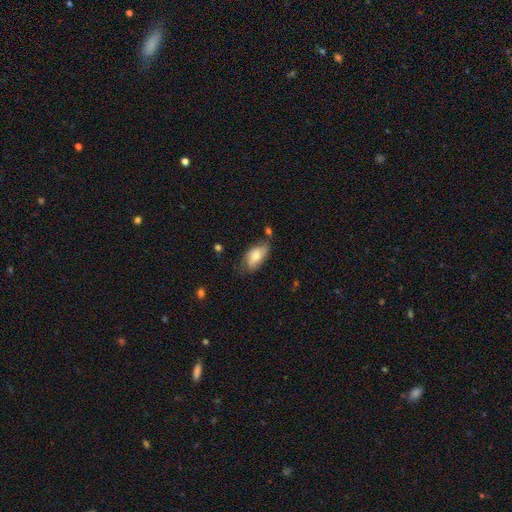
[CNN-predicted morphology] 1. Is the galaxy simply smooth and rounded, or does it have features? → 69% smooth, 24% featured or disk, 7% star or artifact.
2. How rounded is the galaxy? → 91% in between, 6% cigar-shaped, 3% round.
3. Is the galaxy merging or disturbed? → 52% none, 32% minor disturbance, 10% major disturbance, 6% merger.